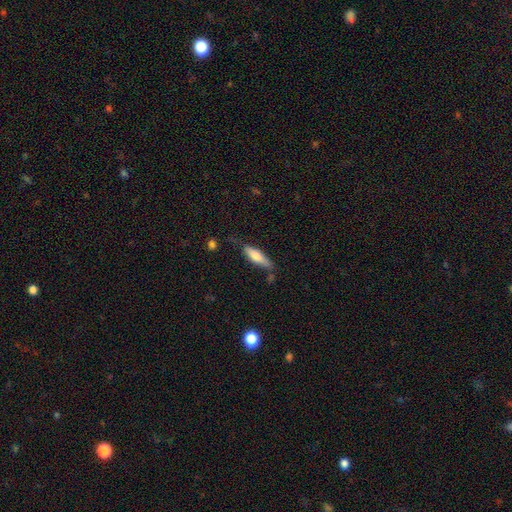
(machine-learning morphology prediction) type=smooth (63%); roundness=cigar-shaped (64%); merging=none (67%).